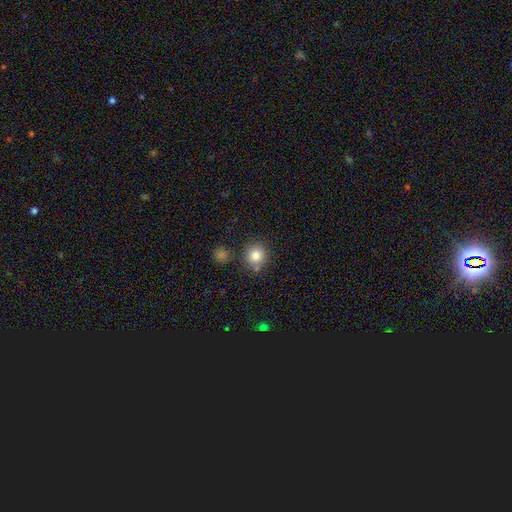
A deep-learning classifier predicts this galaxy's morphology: A smooth galaxy with no disk features (82%) that is round (91%).

Vote fractions:
- Smooth or featured? smooth: 82% / star or artifact: 11% / featured or disk: 7%
- How rounded? round: 91% / in between: 8% / cigar-shaped: 1%
- Merging? none: 78% / minor disturbance: 10% / merger: 10% / major disturbance: 3%